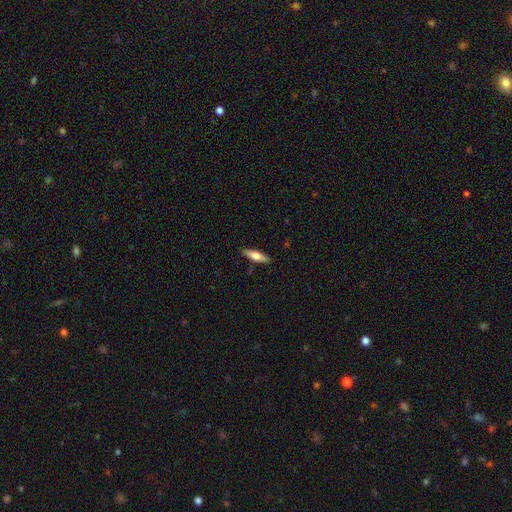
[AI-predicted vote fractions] Smooth or featured?
  - smooth: 62% *
  - featured or disk: 32%
  - star or artifact: 6%
How rounded?
  - cigar-shaped: 59% *
  - in between: 39%
  - round: 2%
Merging?
  - none: 87% *
  - minor disturbance: 10%
  - major disturbance: 2%
  - merger: 1%